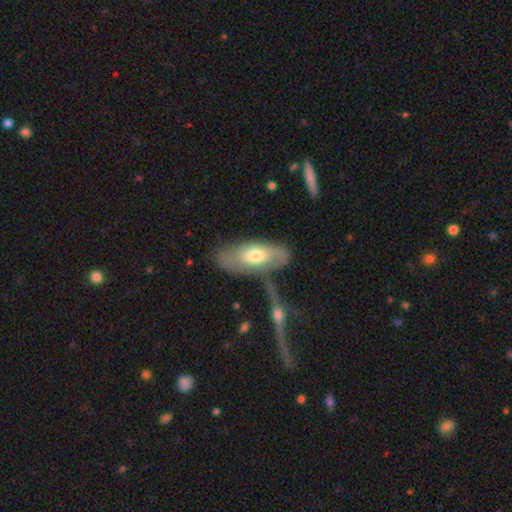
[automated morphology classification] Smooth or featured: smooth — 55% (featured or disk — 40%)
How rounded: in between — 83% (cigar-shaped — 14%)
Merging: none — 54% (minor disturbance — 19%)